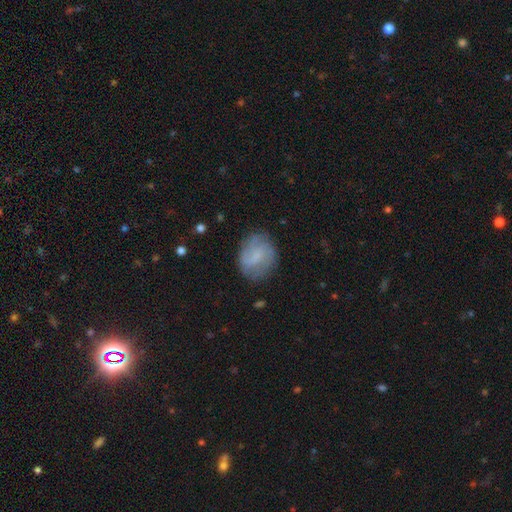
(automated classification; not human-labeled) A smooth galaxy with no disk features (55%) that is round (50%). Merging: none (69%).